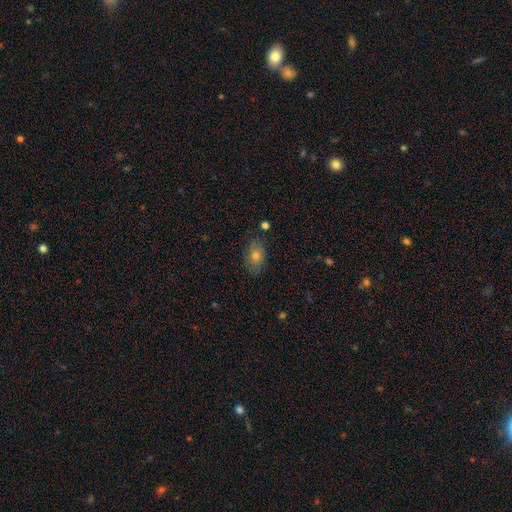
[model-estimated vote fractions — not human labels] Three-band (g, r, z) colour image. It shows a smooth galaxy with no disk features (63%) that is in between round and cigar-shaped (84%). Merging: none (81%).